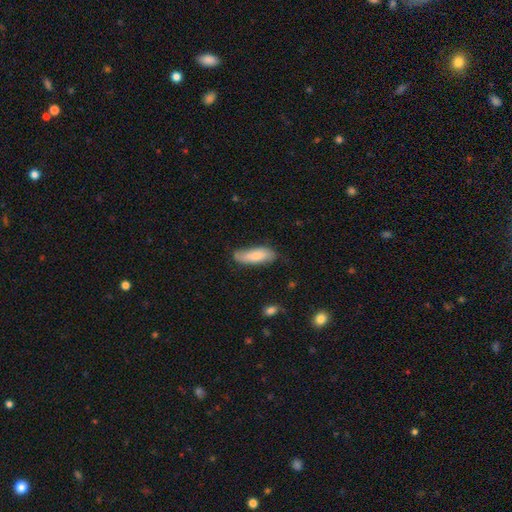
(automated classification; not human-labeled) A smooth galaxy with no disk features (76%) that is in between round and cigar-shaped (62%). Merging: none (66%).